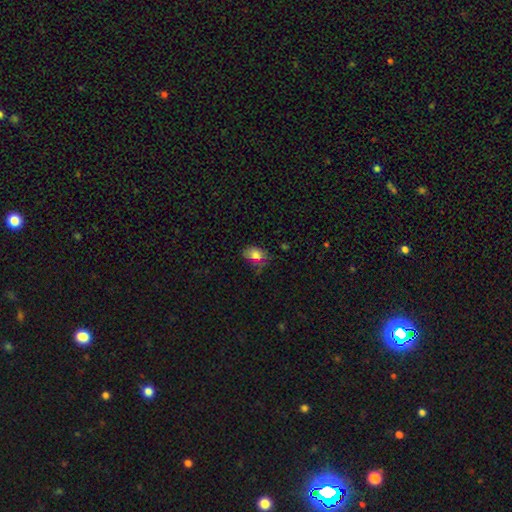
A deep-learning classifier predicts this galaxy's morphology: The model was most divided on "merging": none: 54%, minor disturbance: 29%, major disturbance: 14%, merger: 4%. More confident: how rounded — in between (80%); smooth or featured — smooth (73%).